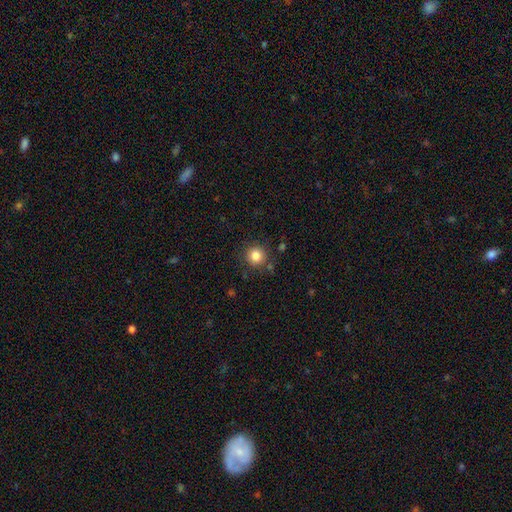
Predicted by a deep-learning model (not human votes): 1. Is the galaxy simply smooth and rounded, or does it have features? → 84% smooth, 11% star or artifact, 5% featured or disk.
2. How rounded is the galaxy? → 94% round, 5% in between, 1% cigar-shaped.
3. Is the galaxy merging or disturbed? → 86% none, 8% minor disturbance, 3% merger, 3% major disturbance.